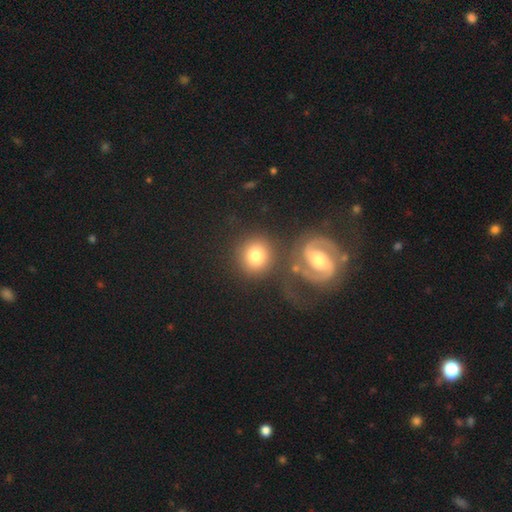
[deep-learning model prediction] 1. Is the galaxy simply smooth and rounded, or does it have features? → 72% smooth, 20% featured or disk, 8% star or artifact.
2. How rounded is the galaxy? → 86% round, 13% in between, 1% cigar-shaped.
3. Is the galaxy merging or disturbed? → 67% none, 16% merger, 10% minor disturbance, 6% major disturbance.